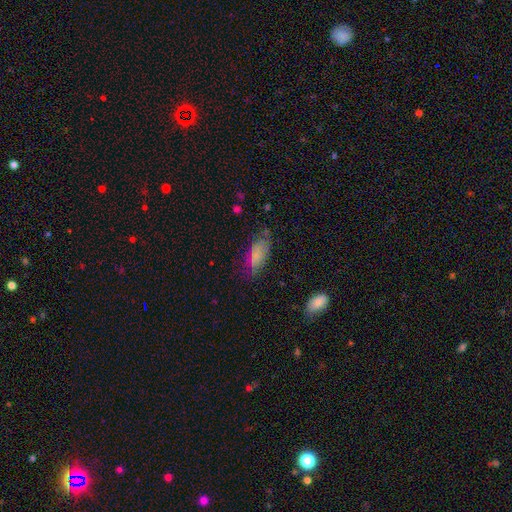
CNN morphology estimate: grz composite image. It shows a smooth galaxy with no disk features (74%) that is in between round and cigar-shaped (83%). Merging: none (57%).